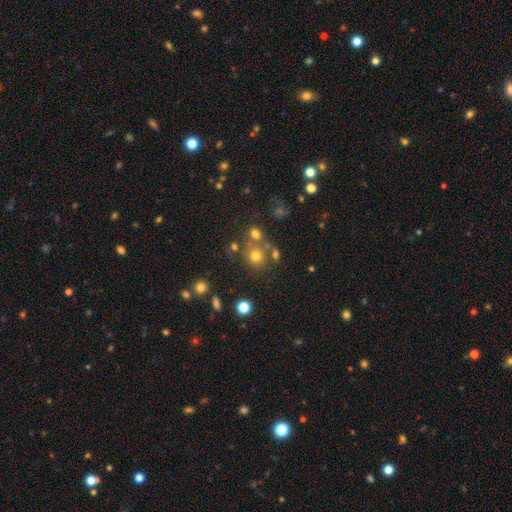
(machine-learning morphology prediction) This appears to be a smooth galaxy with no disk features (70%) that is round (87%). Merging: none (67%).